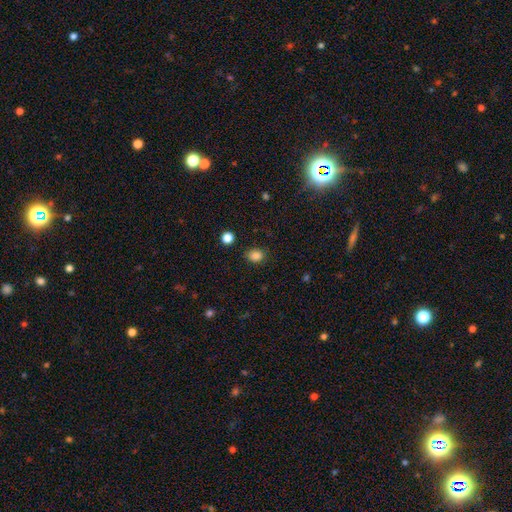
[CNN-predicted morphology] This is clearly a smooth galaxy (85%). How rounded: possibly round (53%). Merging: clearly none (84%).